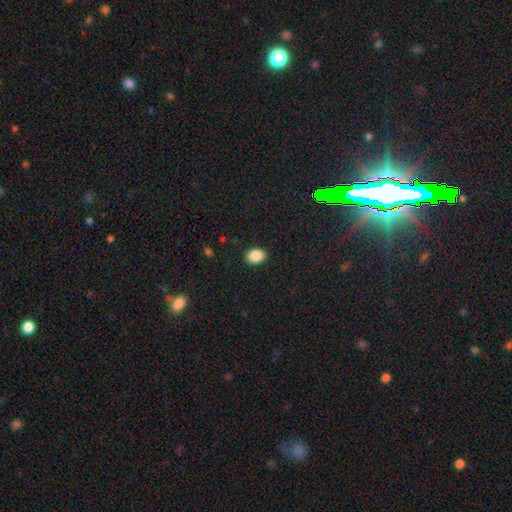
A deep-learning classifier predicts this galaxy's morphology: Smooth or featured: smooth — 88% (star or artifact — 8%)
How rounded: in between — 73% (round — 26%)
Merging: none — 90% (minor disturbance — 7%)